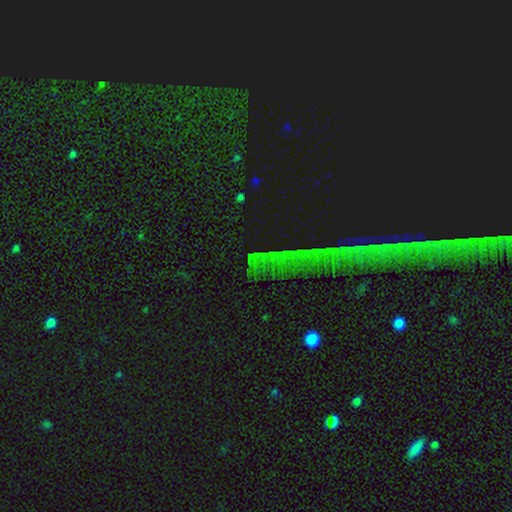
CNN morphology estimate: Smooth or featured?
  - star or artifact: 73% *
  - smooth: 16%
  - featured or disk: 12%